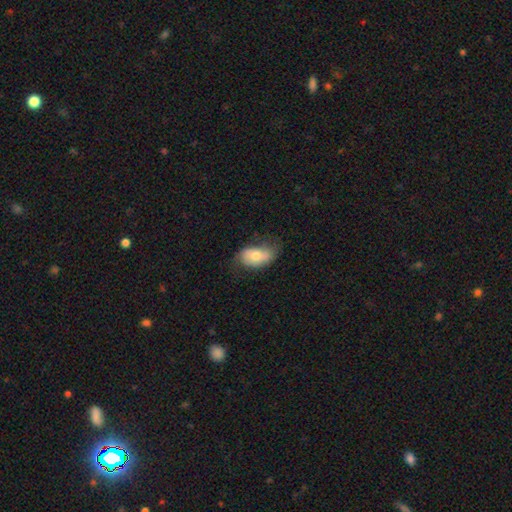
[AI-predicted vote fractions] Q: Smooth or featured?
A: smooth (65%); runner-up: featured or disk (29%)
Q: How rounded?
A: in between (92%); runner-up: round (6%)
Q: Merging?
A: none (58%); runner-up: minor disturbance (29%)